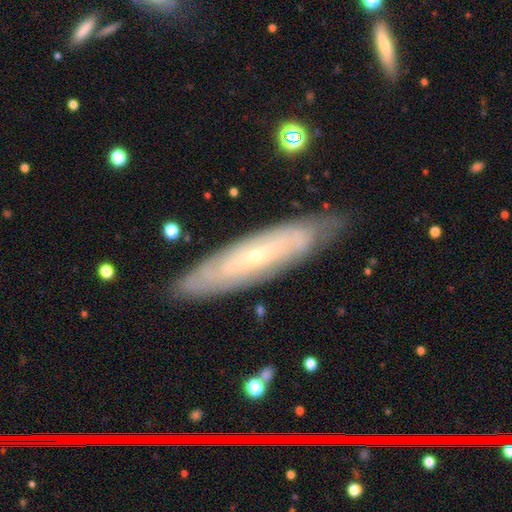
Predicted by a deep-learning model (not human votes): Smooth or featured? Predicted: featured or disk (p=0.73). Edge-on disk? Predicted: no (p=0.66). Merging? Predicted: none (p=0.82).